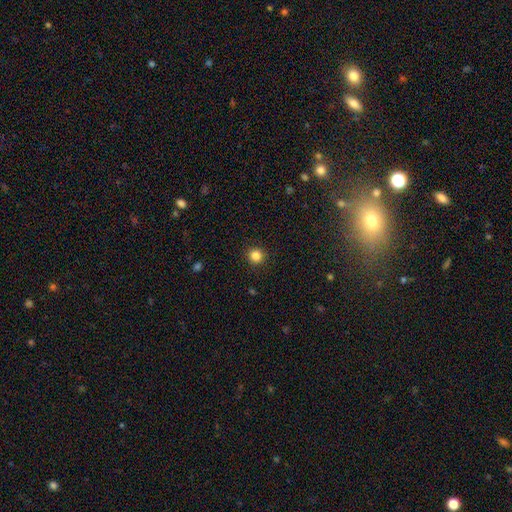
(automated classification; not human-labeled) The model was most divided on "smooth or featured": smooth: 85%, star or artifact: 12%, featured or disk: 3%. More confident: how rounded — round (94%); merging — none (92%).